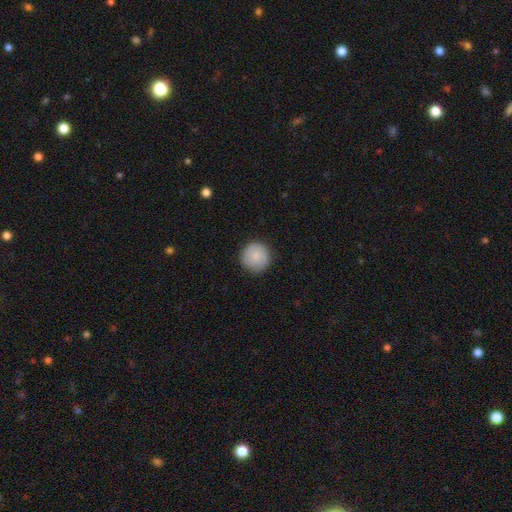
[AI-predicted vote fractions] Smooth or featured?
  - smooth: 81% *
  - featured or disk: 12%
  - star or artifact: 7%
How rounded?
  - round: 95% *
  - in between: 4%
  - cigar-shaped: 1%
Merging?
  - none: 85% *
  - minor disturbance: 11%
  - major disturbance: 2%
  - merger: 1%